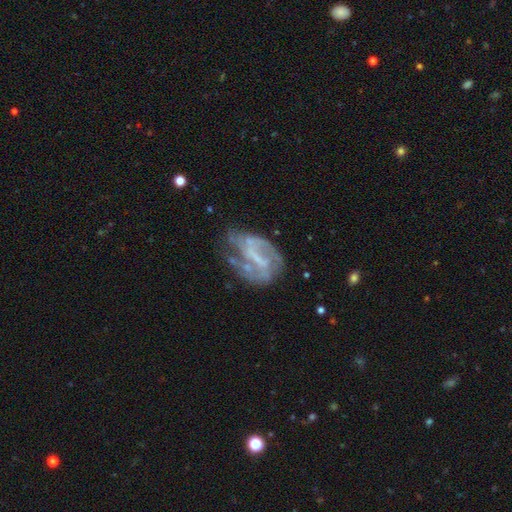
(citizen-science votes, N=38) Volunteers were most divided on "spiral winding": medium: 40%, tight: 32%, loose: 28%. Remaining: edge-on disk — no (100%); smooth or featured — featured or disk (87%); spiral arm count — 2 (80%); spiral arms — yes (76%); bulge size — none (70%); merging — none (56%); bar — weak (48%).